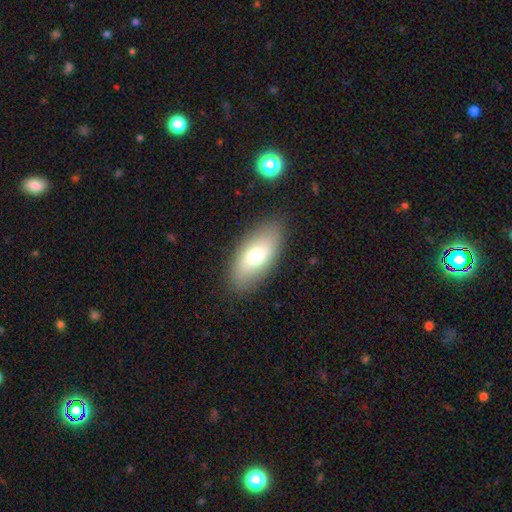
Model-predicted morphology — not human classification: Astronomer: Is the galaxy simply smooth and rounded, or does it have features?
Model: smooth — 68%.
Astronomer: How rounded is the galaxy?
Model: in between — 89%.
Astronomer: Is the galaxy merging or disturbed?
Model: none — 86%.